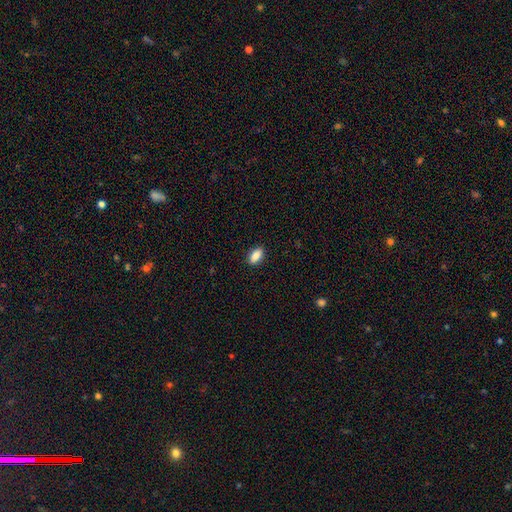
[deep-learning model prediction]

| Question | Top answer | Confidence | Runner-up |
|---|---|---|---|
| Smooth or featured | smooth | 88% | star or artifact (8%) |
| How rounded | in between | 88% | cigar-shaped (6%) |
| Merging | none | 89% | minor disturbance (8%) |